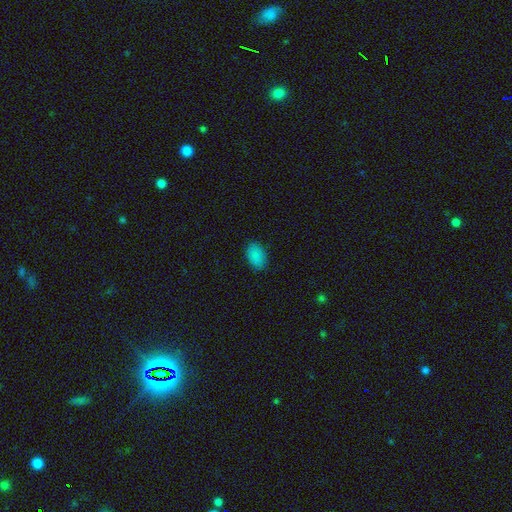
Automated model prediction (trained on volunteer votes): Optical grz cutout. It shows a smooth galaxy with no disk features (87%) that is in between round and cigar-shaped (90%). Merging: none (86%).